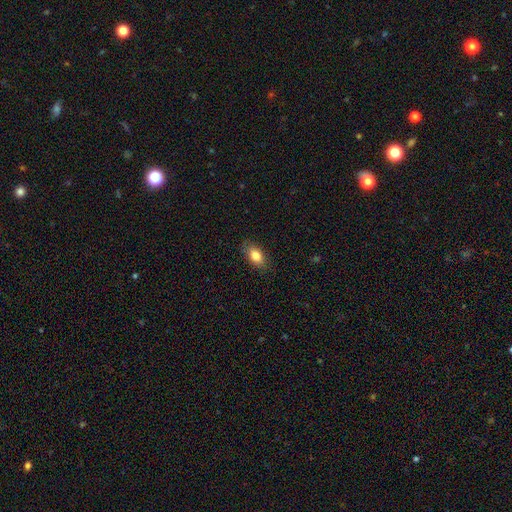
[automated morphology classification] The model was most divided on "smooth or featured": smooth: 82%, featured or disk: 10%, star or artifact: 8%. More confident: how rounded — in between (88%); merging — none (86%).